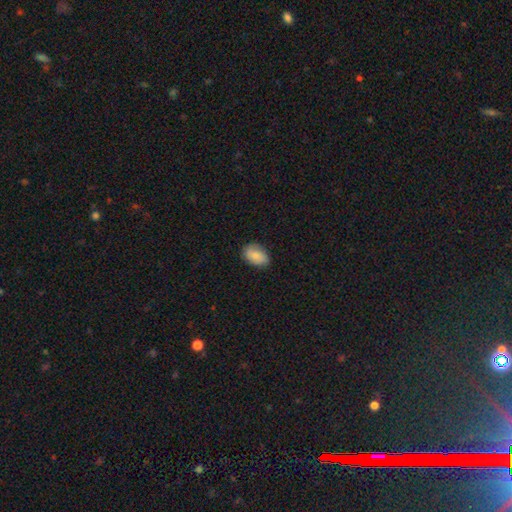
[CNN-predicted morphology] Overall: smooth (83%). How rounded: in between (86%). Merging: none (79%).